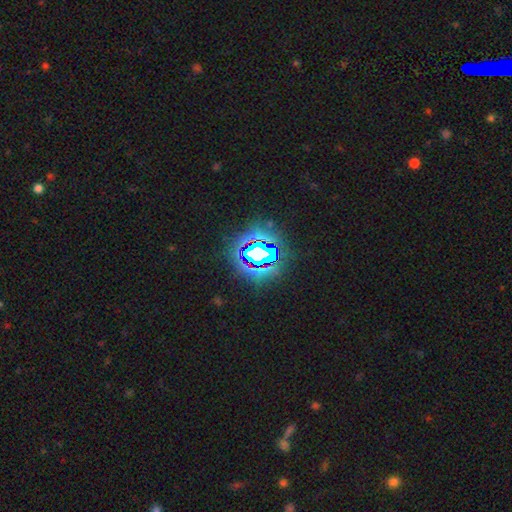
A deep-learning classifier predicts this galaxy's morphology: type=star or artifact (72%).